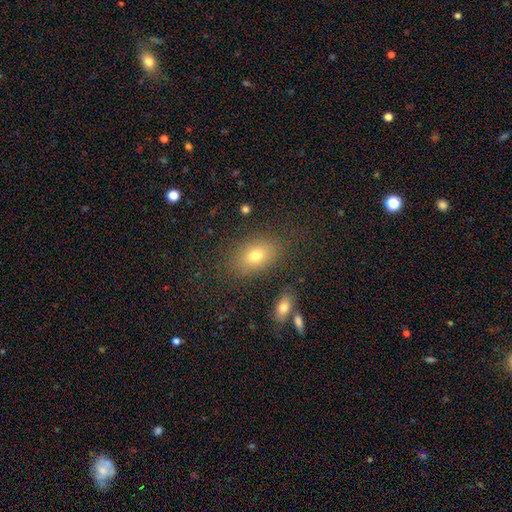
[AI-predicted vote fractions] smooth_or_featured: smooth (p=0.75) [alt: featured or disk p=0.14]
how_rounded: in between (p=0.83) [alt: round p=0.15]
merging: none (p=0.81) [alt: minor disturbance p=0.11]